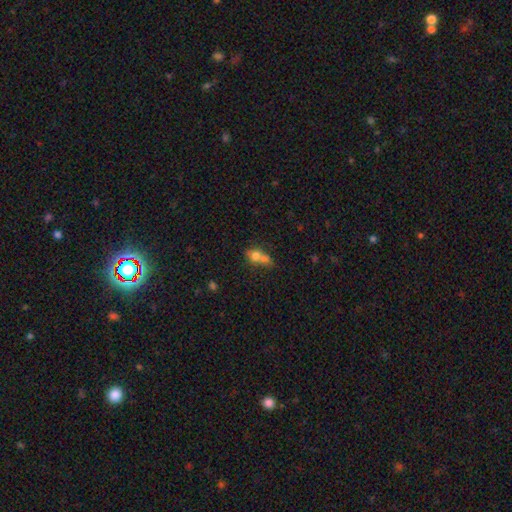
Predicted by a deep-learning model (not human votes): The model was most divided on "how rounded": round: 52%, in between: 44%, cigar-shaped: 4%. More confident: smooth or featured — smooth (68%); merging — merger (60%).